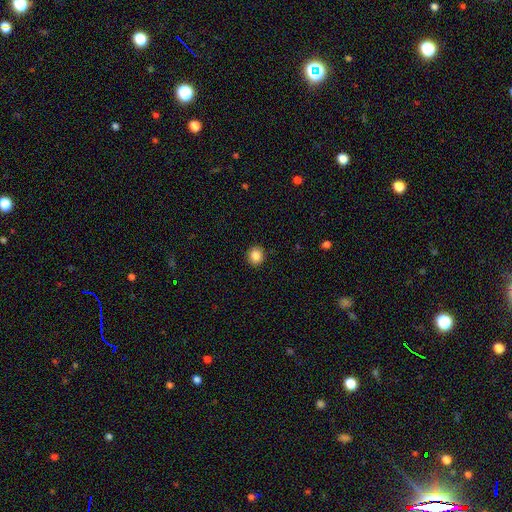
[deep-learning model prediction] smooth 86%, star or artifact 10%, featured or disk 4%. Down the decision tree: how rounded — round (90%); merging — none (92%).